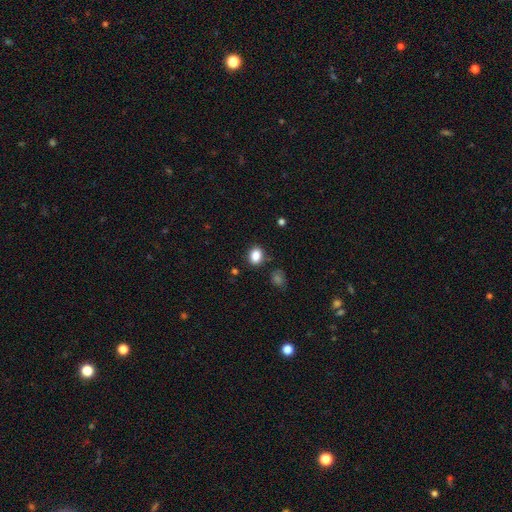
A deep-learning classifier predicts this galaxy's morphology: Smooth or featured? Predicted: smooth (p=0.87). How rounded? Predicted: in between (p=0.60). Merging? Predicted: none (p=0.81).